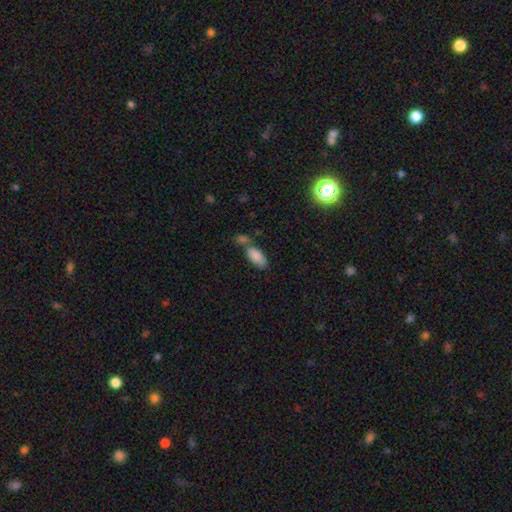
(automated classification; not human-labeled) smooth-or-featured: smooth: 85% | star or artifact: 7% | featured or disk: 7%
  how-rounded: in between: 91% | cigar-shaped: 7% | round: 2%
  merging: none: 45% | merger: 36% | minor disturbance: 14% | major disturbance: 5%